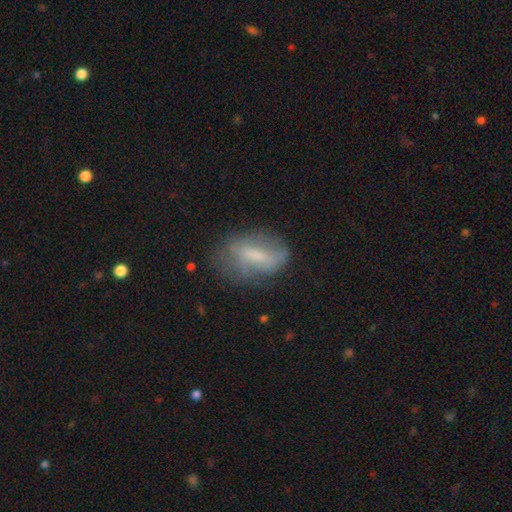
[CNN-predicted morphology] Smooth or featured?
  - smooth: 51% *
  - featured or disk: 40%
  - star or artifact: 9%
How rounded?
  - in between: 82% *
  - cigar-shaped: 10%
  - round: 8%
Merging?
  - none: 56% *
  - minor disturbance: 27%
  - major disturbance: 14%
  - merger: 3%